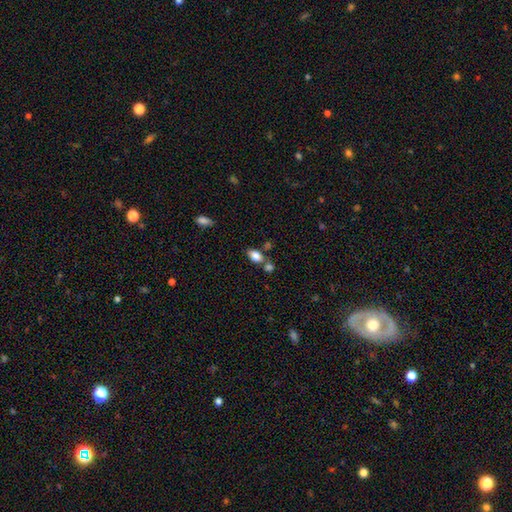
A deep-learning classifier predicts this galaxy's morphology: This appears to be a smooth galaxy with no disk features (82%) that is in between round and cigar-shaped (87%). Merging: none (60%).